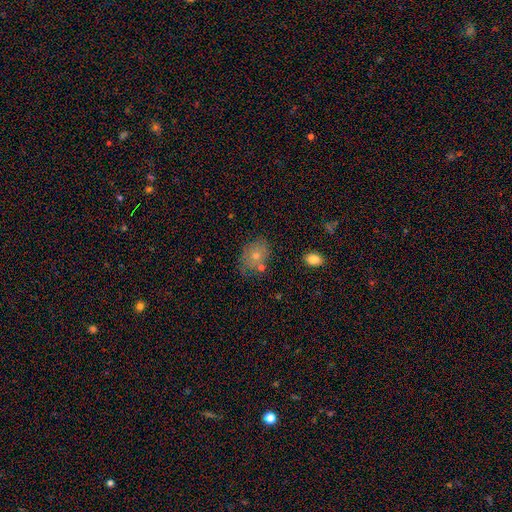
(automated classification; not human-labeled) This is likely a smooth galaxy (69%). How rounded: likely in between (61%). Merging: likely none (63%).